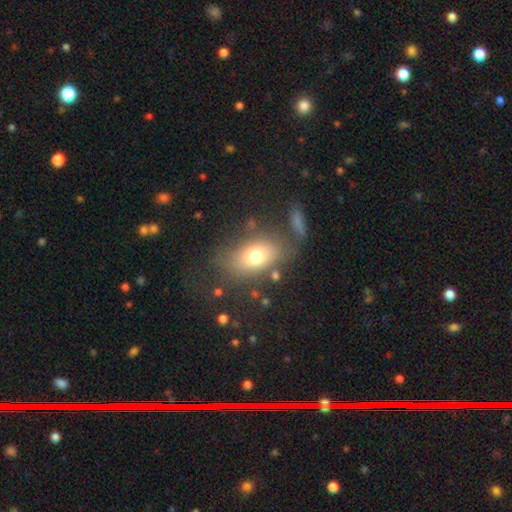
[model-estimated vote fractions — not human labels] smooth_or_featured: smooth (p=0.72) [alt: featured or disk p=0.18]
how_rounded: in between (p=0.80) [alt: round p=0.18]
merging: none (p=0.66) [alt: minor disturbance p=0.16]